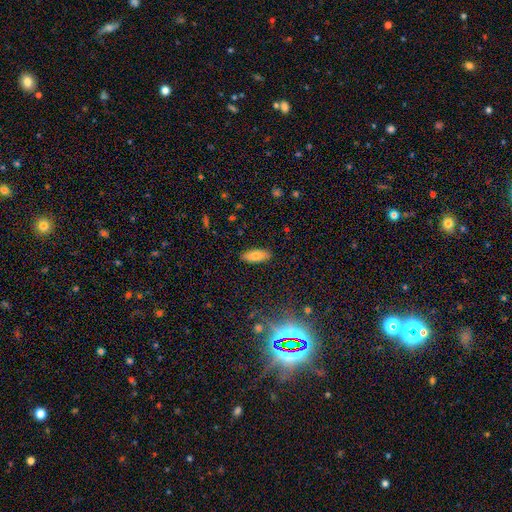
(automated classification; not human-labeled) Smooth or featured: smooth — 79% (featured or disk — 12%)
How rounded: in between — 78% (cigar-shaped — 20%)
Merging: none — 88% (minor disturbance — 9%)